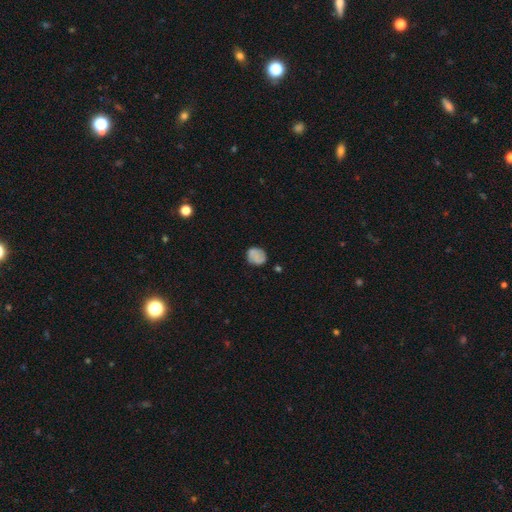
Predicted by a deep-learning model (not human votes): A smooth galaxy with no disk features (75%) that is round (68%). Merging: none (72%).